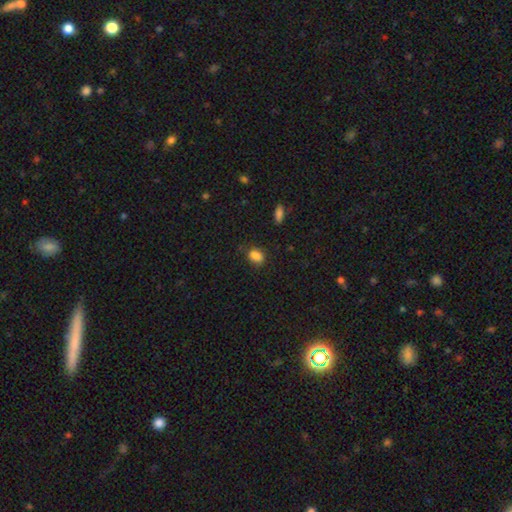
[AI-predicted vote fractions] Smooth or featured: smooth — 84% (star or artifact — 11%)
How rounded: in between — 74% (round — 24%)
Merging: none — 68% (minor disturbance — 22%)